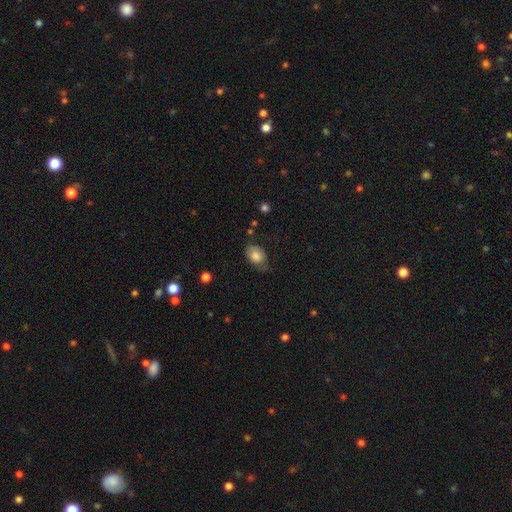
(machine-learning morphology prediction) Smooth or featured? Predicted: smooth (p=0.78). How rounded? Predicted: in between (p=0.79). Merging? Predicted: none (p=0.54).